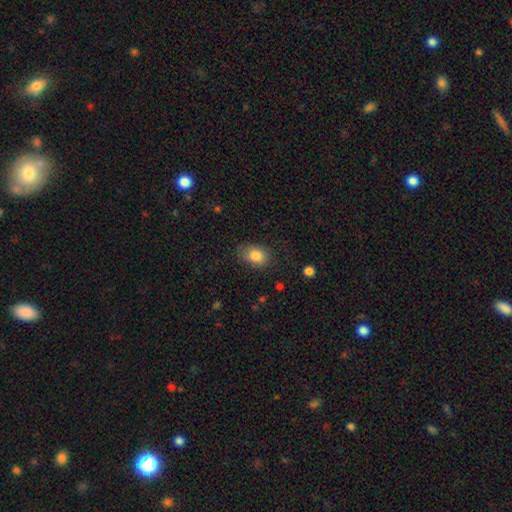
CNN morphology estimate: This appears to be a smooth galaxy with no disk features (83%) that is in between round and cigar-shaped (75%). Merging: none (75%).